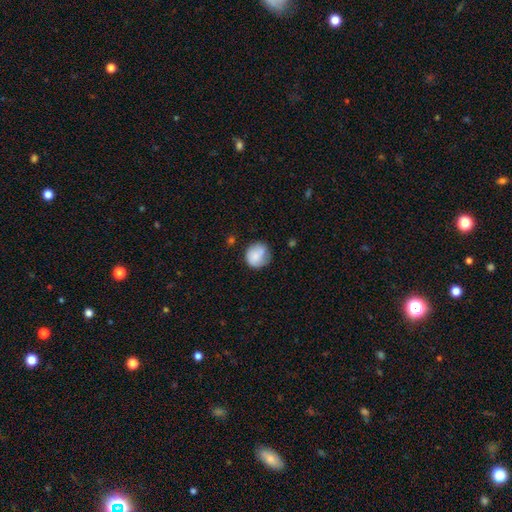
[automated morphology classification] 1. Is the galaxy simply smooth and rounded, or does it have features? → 79% smooth, 14% featured or disk, 7% star or artifact.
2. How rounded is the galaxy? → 81% round, 18% in between, 1% cigar-shaped.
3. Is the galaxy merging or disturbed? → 60% none, 27% minor disturbance, 8% major disturbance, 5% merger.